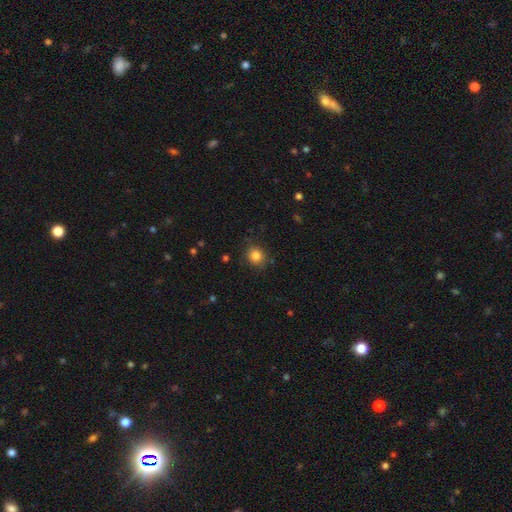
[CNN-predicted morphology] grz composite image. It shows a smooth galaxy with no disk features (84%) that is round (82%). Merging: none (84%).